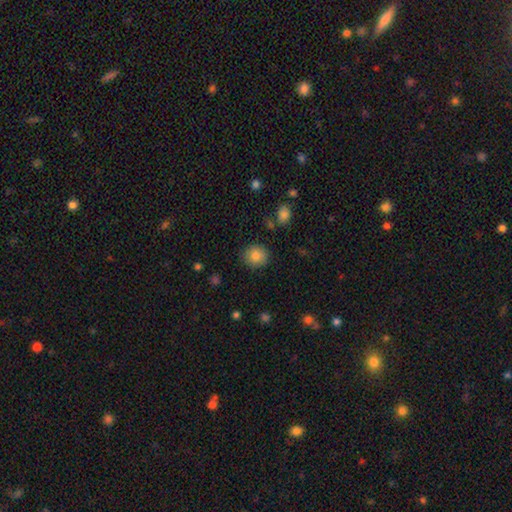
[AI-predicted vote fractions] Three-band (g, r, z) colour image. It shows a smooth galaxy with no disk features (82%) that is round (86%). Merging: none (87%).